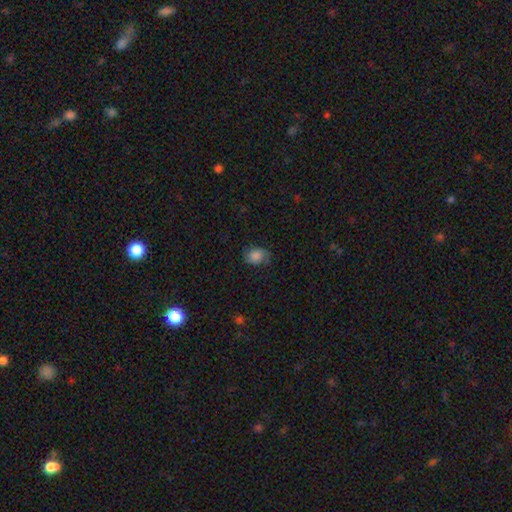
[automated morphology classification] Smooth or featured?
  - smooth: 81% *
  - featured or disk: 10%
  - star or artifact: 9%
How rounded?
  - in between: 63% *
  - round: 36%
  - cigar-shaped: 1%
Merging?
  - none: 66% *
  - minor disturbance: 26%
  - major disturbance: 7%
  - merger: 1%